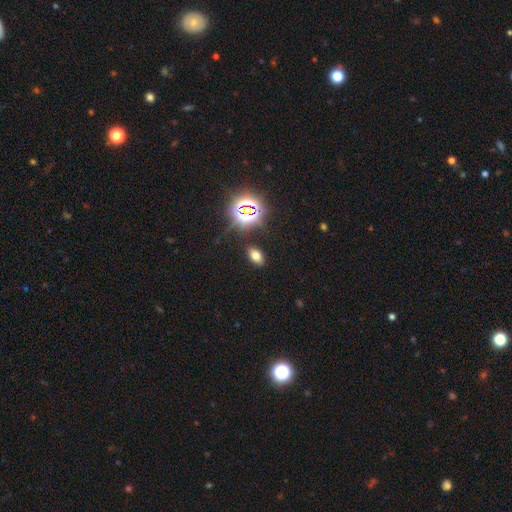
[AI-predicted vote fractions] Q: Smooth or featured?
A: smooth (66%); runner-up: star or artifact (25%)
Q: How rounded?
A: in between (88%); runner-up: round (9%)
Q: Merging?
A: none (88%); runner-up: minor disturbance (8%)